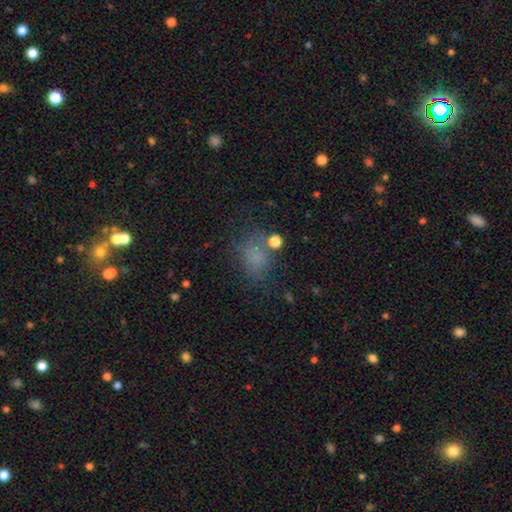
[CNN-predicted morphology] This appears to be a smooth galaxy with no disk features (68%) that is in between round and cigar-shaped (62%). Merging: none (63%).